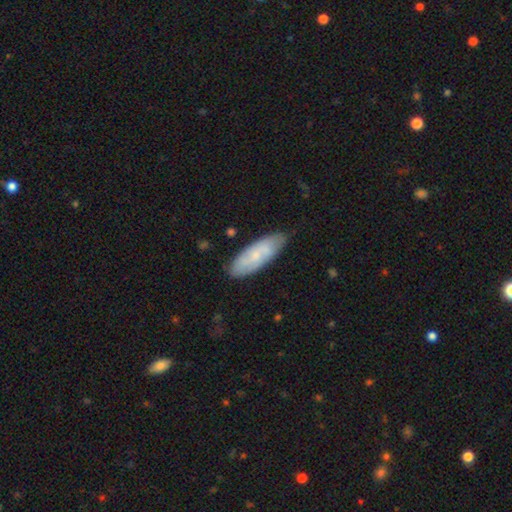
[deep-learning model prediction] Smooth or featured?
  - smooth: 55% *
  - featured or disk: 39%
  - star or artifact: 6%
How rounded?
  - in between: 65% *
  - cigar-shaped: 33%
  - round: 2%
Merging?
  - none: 77% *
  - minor disturbance: 18%
  - major disturbance: 3%
  - merger: 2%